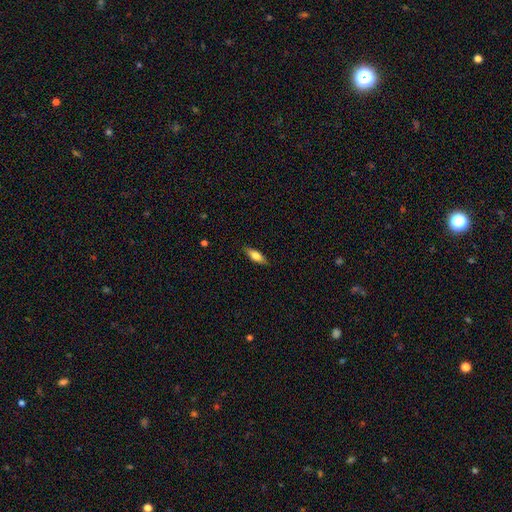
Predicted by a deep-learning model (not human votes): smooth-or-featured: smooth: 66% | featured or disk: 28% | star or artifact: 7%
  how-rounded: in between: 58% | cigar-shaped: 40% | round: 2%
  merging: none: 86% | minor disturbance: 11% | major disturbance: 2% | merger: 1%